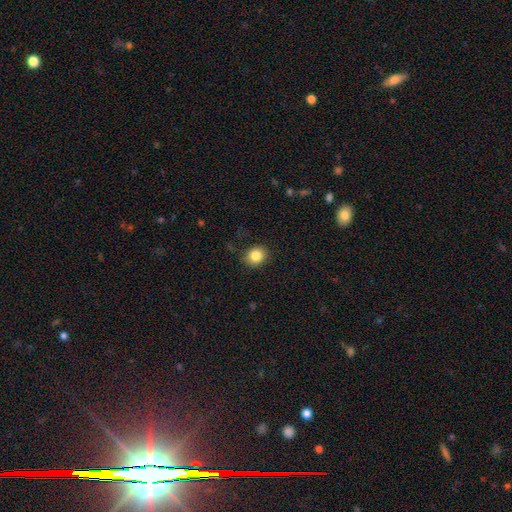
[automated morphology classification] Smooth or featured? smooth (84%)
How rounded? round (71%)
Merging? none (87%)